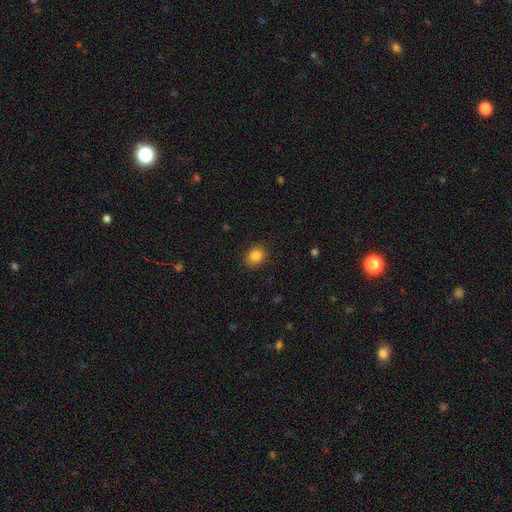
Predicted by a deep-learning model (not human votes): Smooth or featured?
  - smooth: 85% *
  - star or artifact: 10%
  - featured or disk: 5%
How rounded?
  - round: 60% *
  - in between: 39%
  - cigar-shaped: 1%
Merging?
  - none: 87% *
  - minor disturbance: 9%
  - major disturbance: 2%
  - merger: 1%